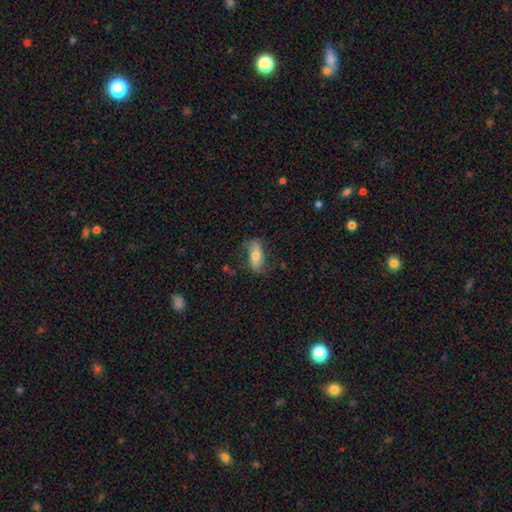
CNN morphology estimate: A featured or disk galaxy (47%).

Vote fractions:
- Smooth or featured? featured or disk: 47% / smooth: 45% / star or artifact: 8%
- Merging? none: 67% / minor disturbance: 22% / major disturbance: 10% / merger: 2%